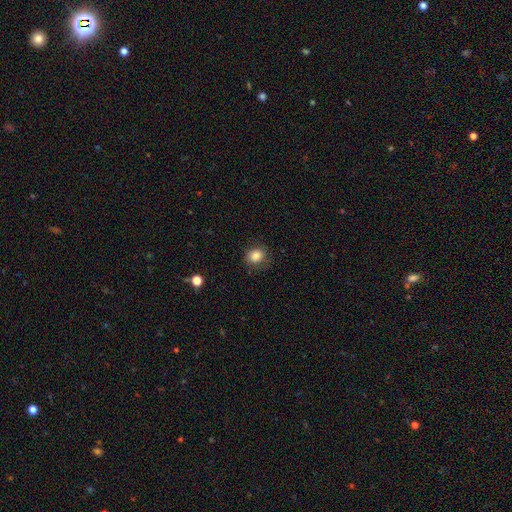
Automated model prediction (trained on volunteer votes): This appears to be a smooth galaxy with no disk features (85%) that is round (59%). Merging: none (82%).